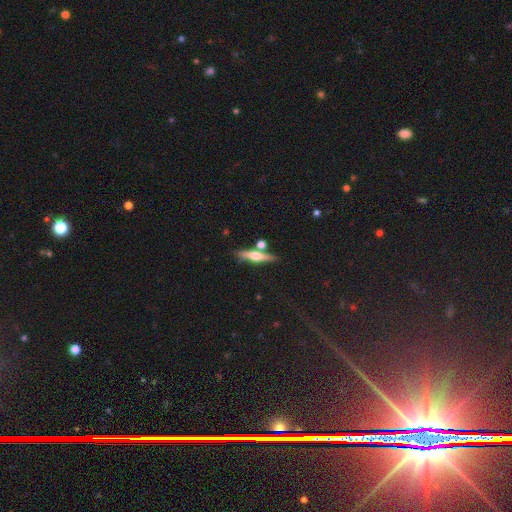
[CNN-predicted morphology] The model was most divided on "smooth or featured": featured or disk: 58%, smooth: 34%, star or artifact: 7%. More confident: edge-on disk — yes (95%); edge-on bulge — rounded (91%); merging — none (75%).